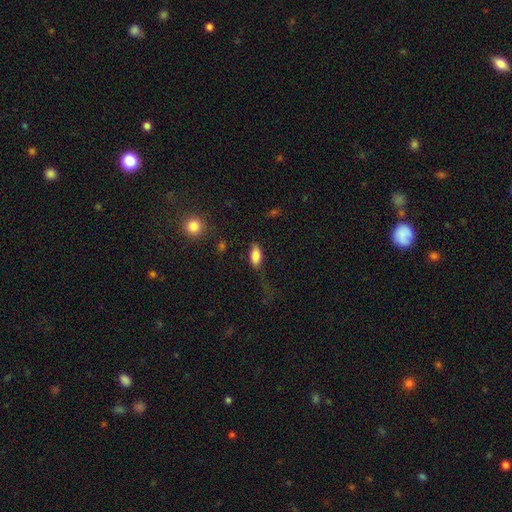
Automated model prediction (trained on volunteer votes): The model was most divided on "merging": none: 58%, minor disturbance: 23%, major disturbance: 16%, merger: 3%. More confident: how rounded — in between (90%); smooth or featured — smooth (83%).